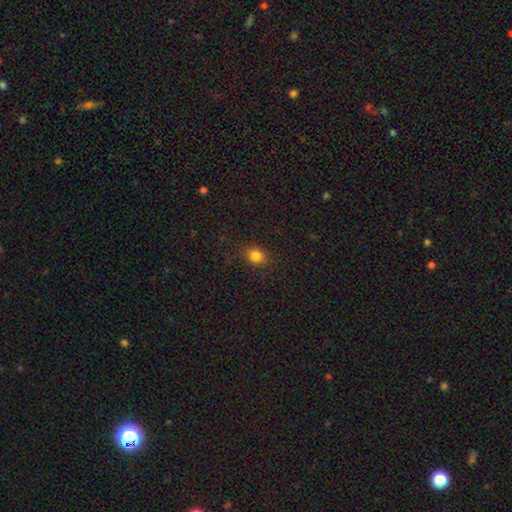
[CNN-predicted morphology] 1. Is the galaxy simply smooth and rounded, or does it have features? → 82% smooth, 13% star or artifact, 5% featured or disk.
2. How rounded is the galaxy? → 57% round, 42% in between, 1% cigar-shaped.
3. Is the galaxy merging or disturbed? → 84% none, 11% minor disturbance, 4% major disturbance, 1% merger.